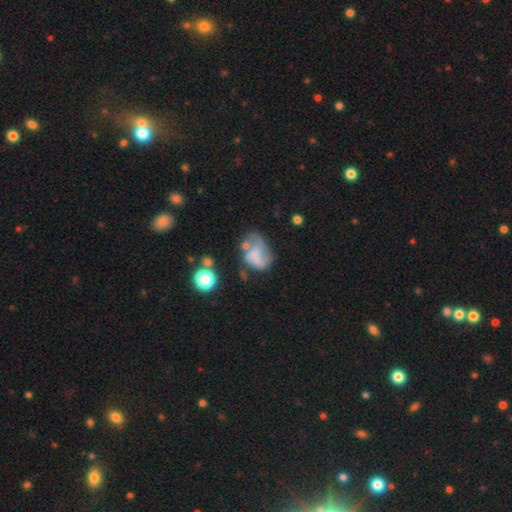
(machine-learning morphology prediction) type=smooth (50%); roundness=in between (70%); merging=major disturbance (33%).